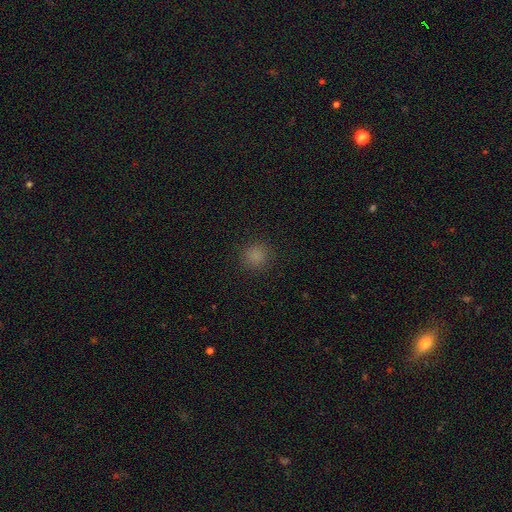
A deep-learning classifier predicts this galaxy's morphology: Overall: smooth (82%). How rounded: round (92%). Merging: none (89%).